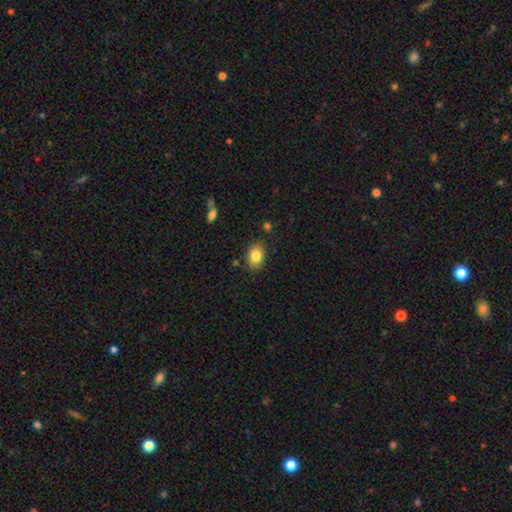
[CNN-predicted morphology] Smooth or featured? Predicted: smooth (p=0.83). How rounded? Predicted: in between (p=0.78). Merging? Predicted: none (p=0.83).